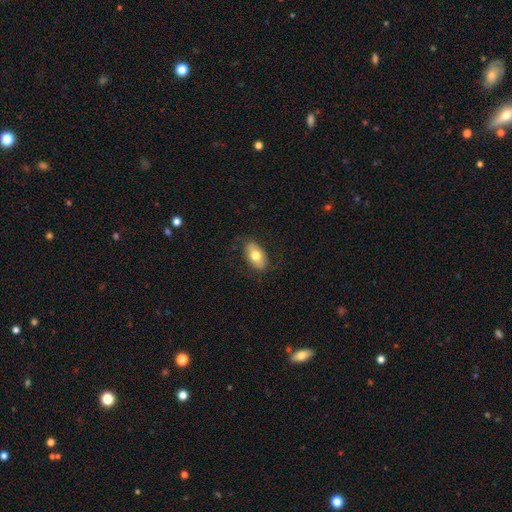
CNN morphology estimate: Q: Smooth or featured?
A: smooth (67%); runner-up: featured or disk (26%)
Q: How rounded?
A: in between (91%); runner-up: round (6%)
Q: Merging?
A: none (80%); runner-up: minor disturbance (14%)